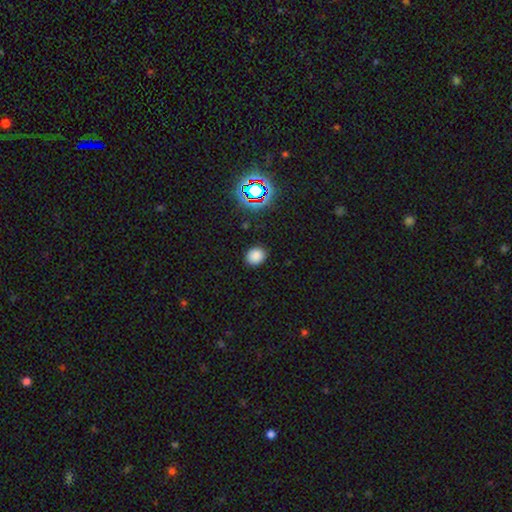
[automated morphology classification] Smooth or featured: smooth — 80% (star or artifact — 15%)
How rounded: round — 63% (in between — 36%)
Merging: none — 88% (minor disturbance — 8%)